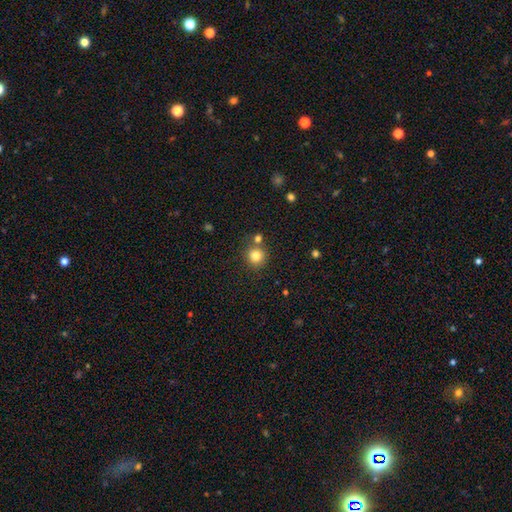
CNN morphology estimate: A smooth galaxy with no disk features (82%) that is round (92%). Merging: none (74%).